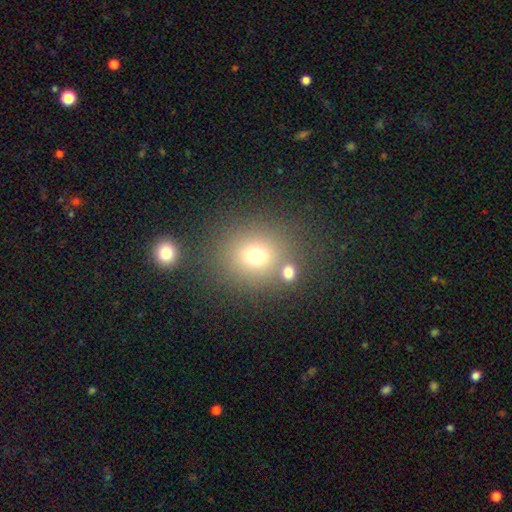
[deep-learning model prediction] Smooth or featured? smooth (72%)
How rounded? round (82%)
Merging? none (72%)